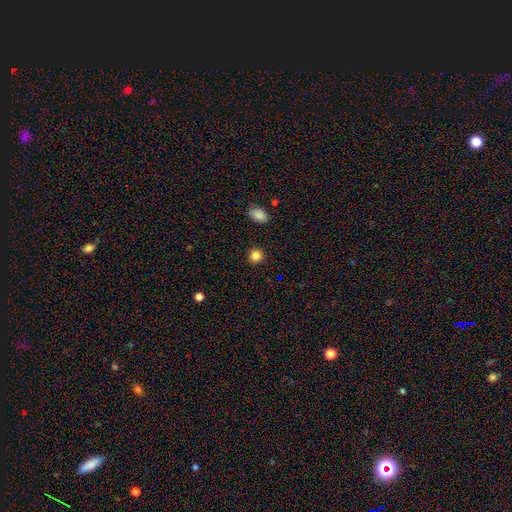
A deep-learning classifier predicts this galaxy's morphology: Overall: smooth (84%). How rounded: round (91%). Merging: none (91%).